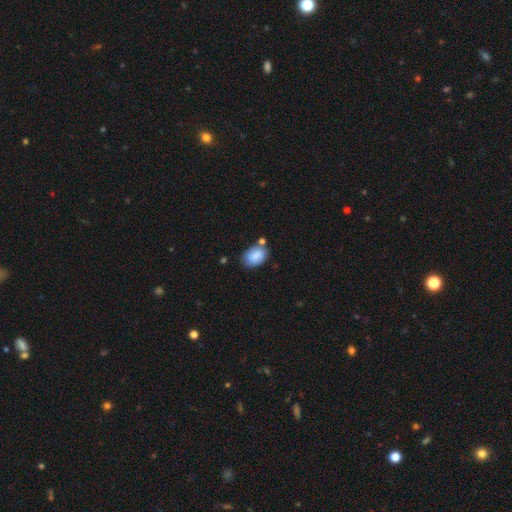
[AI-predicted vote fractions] Smooth or featured? Predicted: smooth (p=0.85). How rounded? Predicted: in between (p=0.84). Merging? Predicted: none (p=0.61).